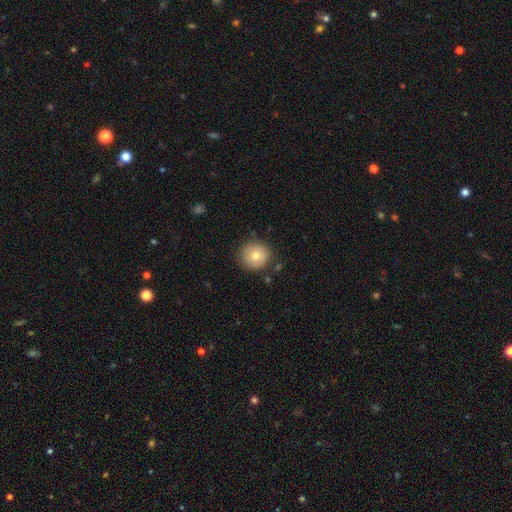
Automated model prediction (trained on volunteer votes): Smooth or featured? smooth (75%)
How rounded? round (92%)
Merging? none (85%)